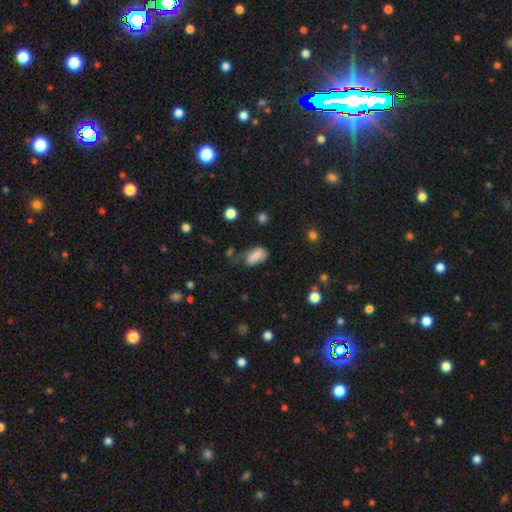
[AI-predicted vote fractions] smooth-or-featured: smooth: 80% | featured or disk: 11% | star or artifact: 9%
  how-rounded: in between: 90% | round: 5% | cigar-shaped: 5%
  merging: none: 49% | minor disturbance: 31% | major disturbance: 14% | merger: 6%